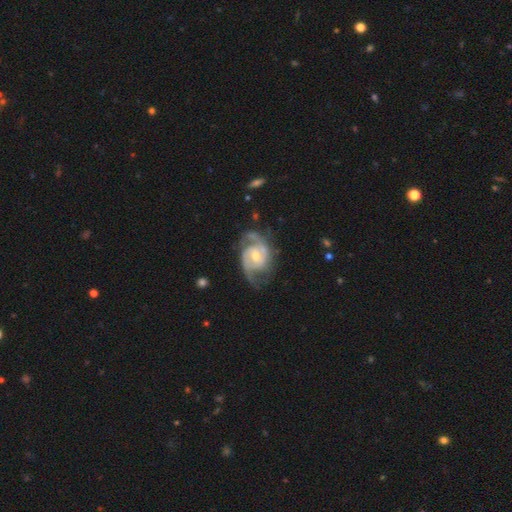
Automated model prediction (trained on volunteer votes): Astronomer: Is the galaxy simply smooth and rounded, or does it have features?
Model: featured or disk — 89%.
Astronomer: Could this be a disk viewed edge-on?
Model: no — 98%.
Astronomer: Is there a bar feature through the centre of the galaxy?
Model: no — 49% (runner-up: weak, 41%).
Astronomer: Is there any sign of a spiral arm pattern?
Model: yes — 97%.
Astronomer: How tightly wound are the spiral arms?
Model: medium — 51% (runner-up: tight, 34%).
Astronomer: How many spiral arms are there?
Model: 2 — 79%.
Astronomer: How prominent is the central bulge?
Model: moderate — 62%.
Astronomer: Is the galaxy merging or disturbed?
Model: none — 64%.